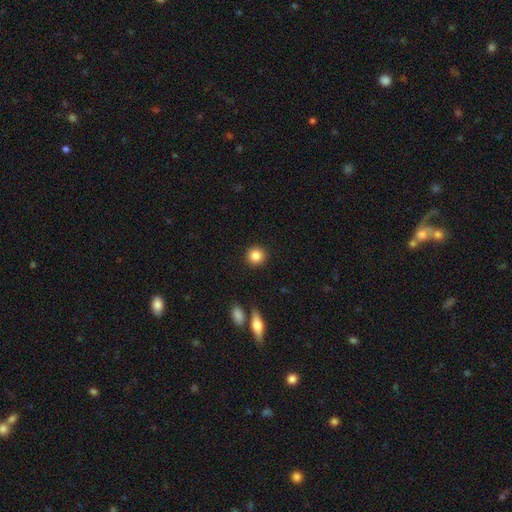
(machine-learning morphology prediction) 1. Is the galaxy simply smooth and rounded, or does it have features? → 86% smooth, 9% star or artifact, 5% featured or disk.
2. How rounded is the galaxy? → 93% round, 6% in between, 1% cigar-shaped.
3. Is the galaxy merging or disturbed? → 91% none, 5% minor disturbance, 2% major disturbance, 2% merger.